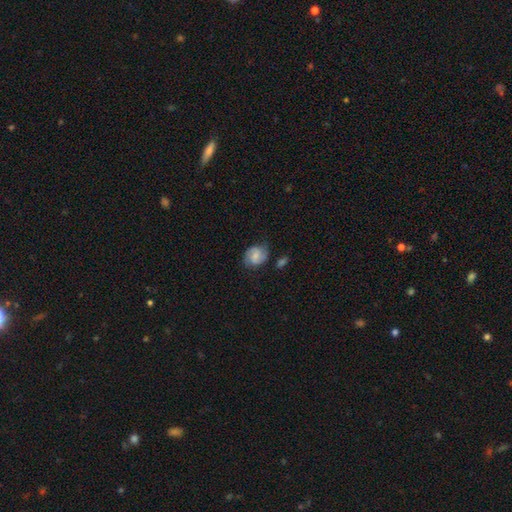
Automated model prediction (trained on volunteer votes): featured or disk 60%, smooth 33%, star or artifact 8%. Down the decision tree: edge-on disk — no (97%); bar — weak (50%); spiral arms — yes (92%); spiral arm count — 2 (86%); spiral winding — medium (48%); bulge size — small (43%); merging — none (69%).